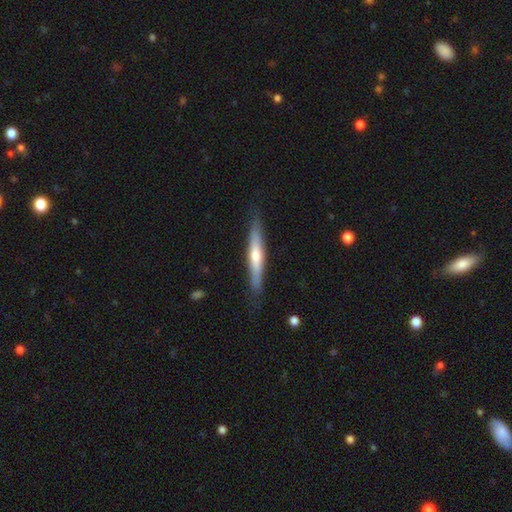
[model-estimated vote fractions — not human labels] Q: Smooth or featured?
A: featured or disk (51%); runner-up: smooth (43%)
Q: Edge-on disk?
A: yes (92%); runner-up: no (8%)
Q: Merging?
A: none (85%); runner-up: minor disturbance (12%)